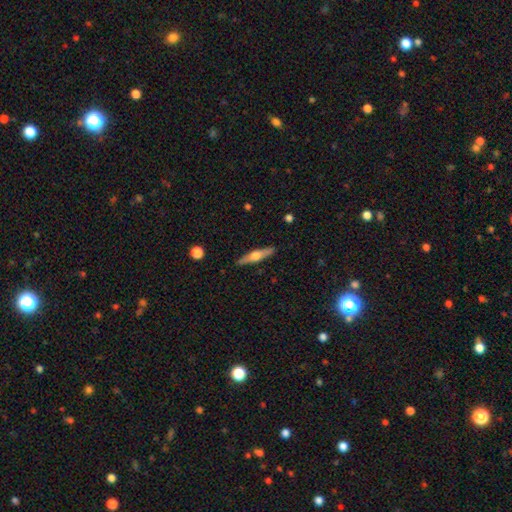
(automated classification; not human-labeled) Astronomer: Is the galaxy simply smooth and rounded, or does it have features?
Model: featured or disk — 60%.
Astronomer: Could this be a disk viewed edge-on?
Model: yes — 96%.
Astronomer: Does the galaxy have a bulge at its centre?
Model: rounded — 92%.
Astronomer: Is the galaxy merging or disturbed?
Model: none — 89%.